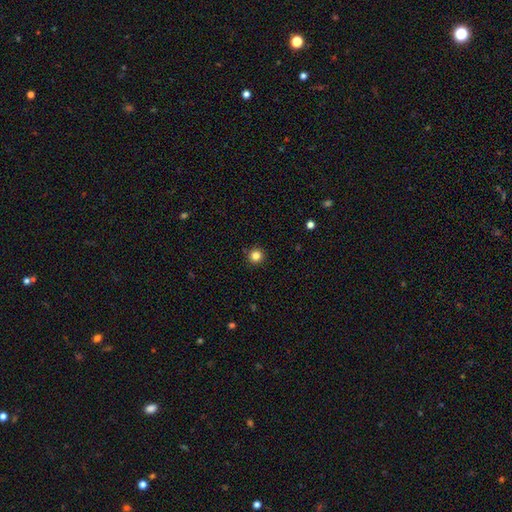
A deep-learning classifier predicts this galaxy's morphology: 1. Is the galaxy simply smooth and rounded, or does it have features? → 83% smooth, 13% star or artifact, 5% featured or disk.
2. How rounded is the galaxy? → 96% round, 3% in between, 1% cigar-shaped.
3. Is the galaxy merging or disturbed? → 92% none, 5% minor disturbance, 2% major disturbance, 1% merger.